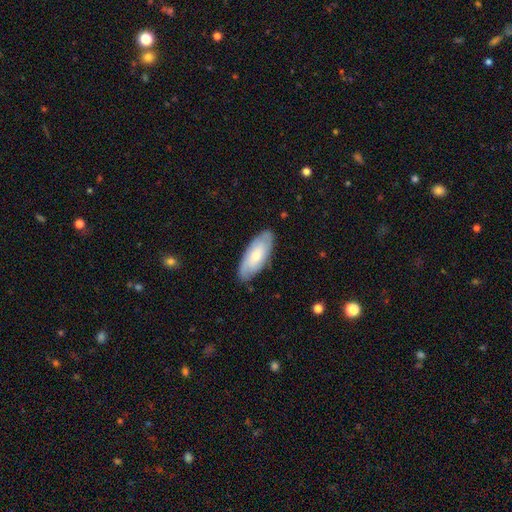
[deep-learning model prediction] A smooth galaxy with no disk features (53%) that is in between round and cigar-shaped (82%). Merging: none (81%).